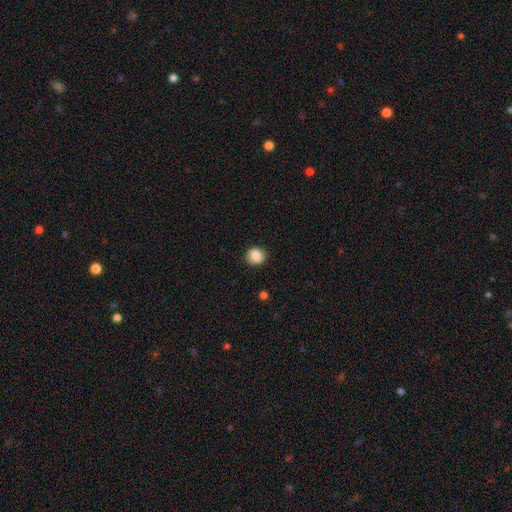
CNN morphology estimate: type=smooth (86%); roundness=round (76%); merging=none (85%).